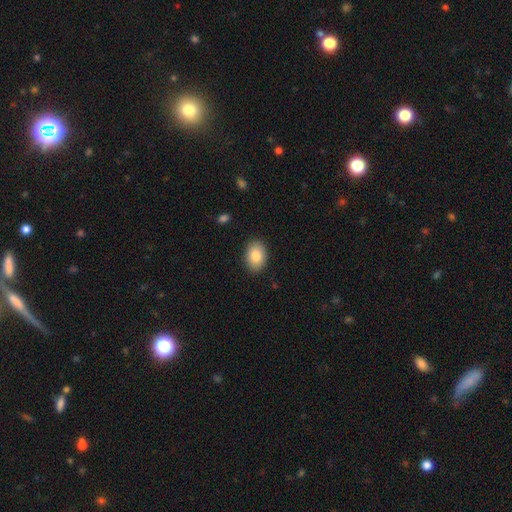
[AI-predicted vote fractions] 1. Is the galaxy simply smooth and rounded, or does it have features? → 85% smooth, 8% featured or disk, 7% star or artifact.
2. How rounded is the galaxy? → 83% in between, 16% round, 1% cigar-shaped.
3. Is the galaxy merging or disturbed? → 88% none, 9% minor disturbance, 2% major disturbance, 1% merger.